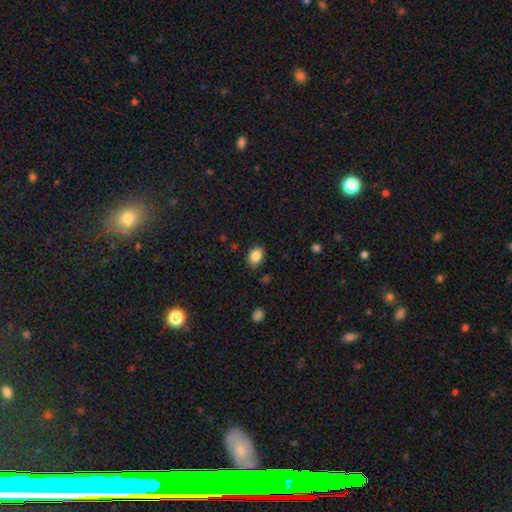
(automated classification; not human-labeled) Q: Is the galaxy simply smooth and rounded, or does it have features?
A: smooth — 86%.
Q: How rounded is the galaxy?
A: in between — 79%.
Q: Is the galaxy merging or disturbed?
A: none — 82%.